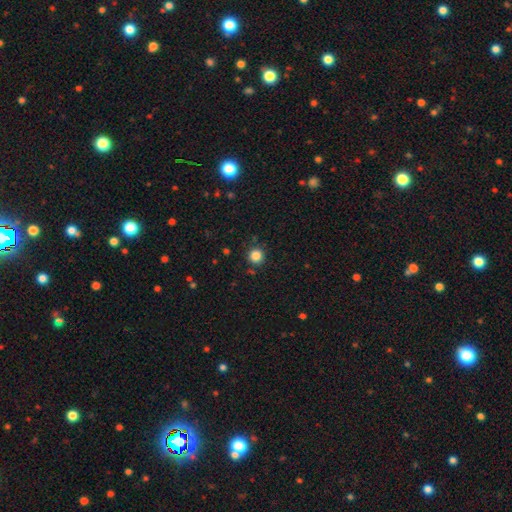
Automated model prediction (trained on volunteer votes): Smooth or featured? smooth (85%)
How rounded? round (94%)
Merging? none (89%)